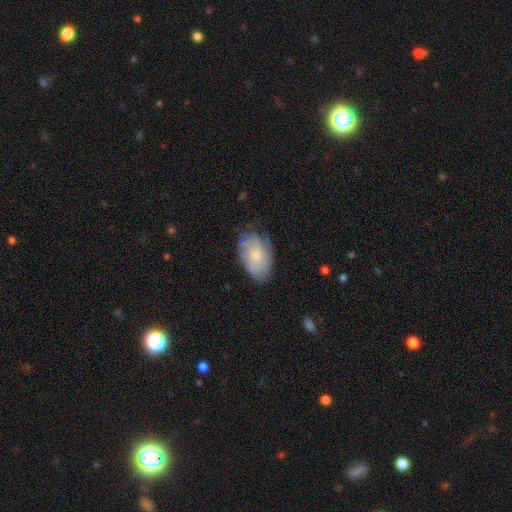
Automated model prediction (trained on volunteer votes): This appears to be a smooth galaxy with no disk features (63%) that is in between round and cigar-shaped (92%). Merging: none (66%).